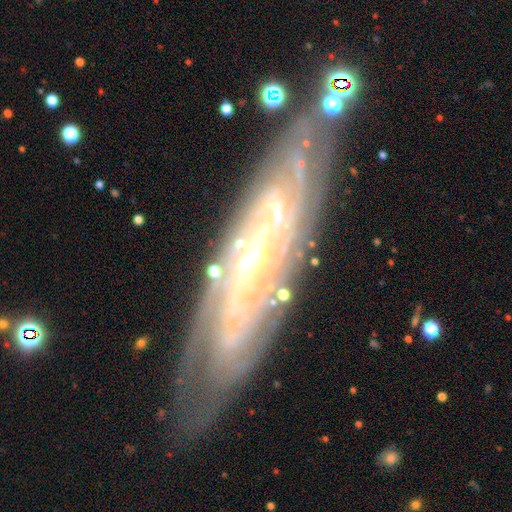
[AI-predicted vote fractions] The model was most divided on "bar": no: 53%, weak: 30%, strong: 17%. Remaining: spiral arms — yes (93%); smooth or featured — featured or disk (83%); merging — none (79%); bulge size — small (77%); edge-on disk — no (71%); spiral winding — tight (71%); spiral arm count — can't tell (48%).